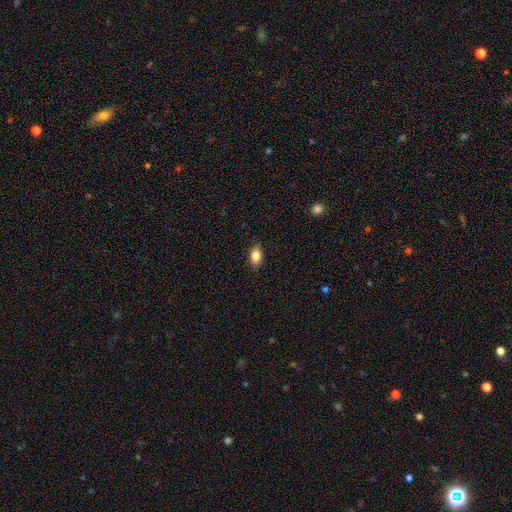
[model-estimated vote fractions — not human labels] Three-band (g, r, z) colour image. It shows a smooth galaxy with no disk features (85%) that is in between round and cigar-shaped (88%). Merging: none (86%).